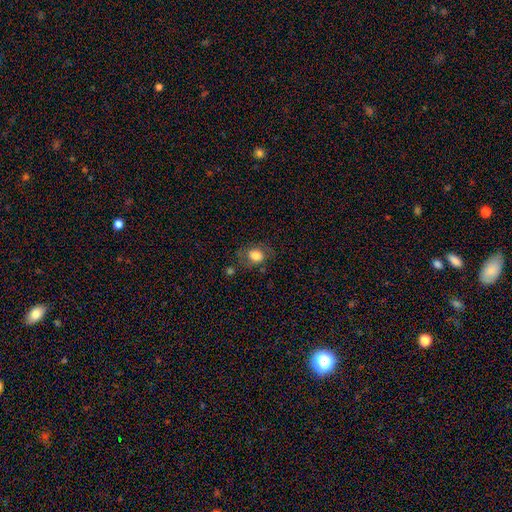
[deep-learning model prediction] This appears to be a smooth galaxy with no disk features (76%) that is in between round and cigar-shaped (58%). Merging: none (62%).